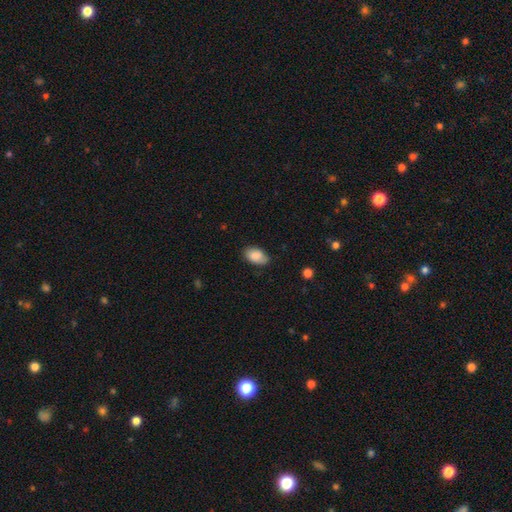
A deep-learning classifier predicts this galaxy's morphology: A smooth galaxy with no disk features (86%) that is in between round and cigar-shaped (92%). Merging: none (74%).